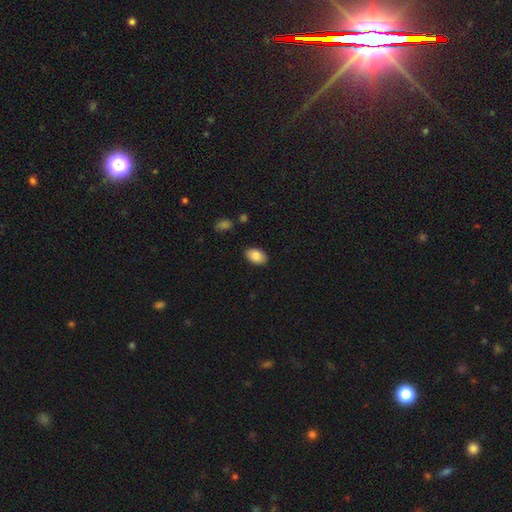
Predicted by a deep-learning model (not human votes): A smooth galaxy with no disk features (85%) that is in between round and cigar-shaped (91%).

Vote fractions:
- Smooth or featured? smooth: 85% / featured or disk: 8% / star or artifact: 7%
- How rounded? in between: 91% / round: 8% / cigar-shaped: 1%
- Merging? none: 88% / minor disturbance: 9% / major disturbance: 2% / merger: 1%